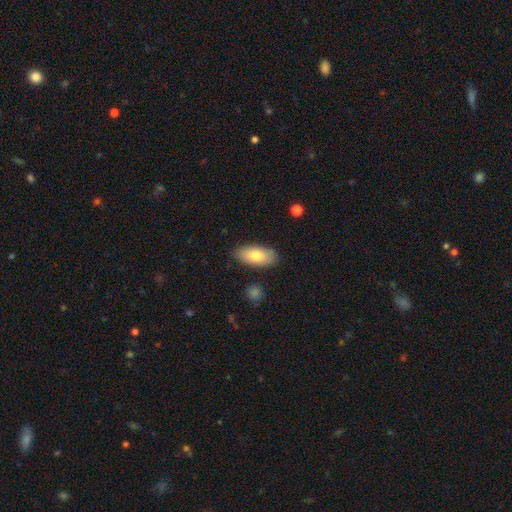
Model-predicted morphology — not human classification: This is likely a smooth galaxy (80%). How rounded: clearly in between (89%). Merging: clearly none (86%).